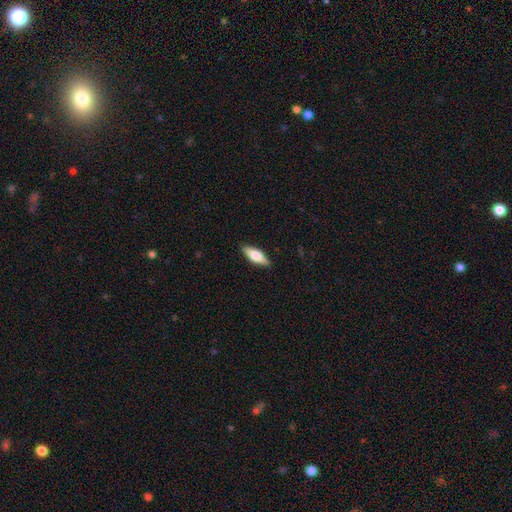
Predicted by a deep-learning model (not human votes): smooth-or-featured: smooth: 64% | featured or disk: 30% | star or artifact: 6%
  how-rounded: in between: 62% | cigar-shaped: 35% | round: 2%
  merging: none: 88% | minor disturbance: 9% | major disturbance: 2% | merger: 1%